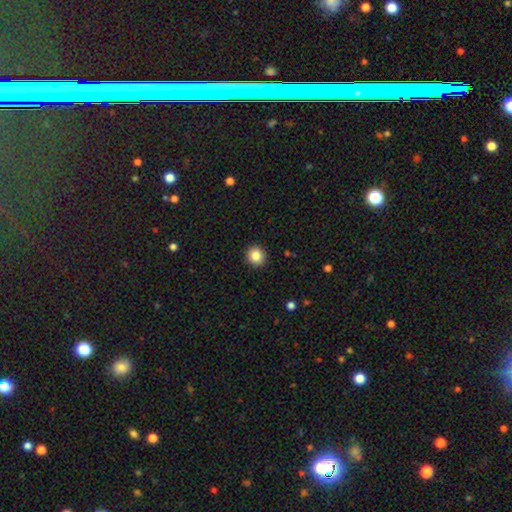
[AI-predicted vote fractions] Smooth or featured? Predicted: smooth (p=0.85). How rounded? Predicted: round (p=0.89). Merging? Predicted: none (p=0.92).